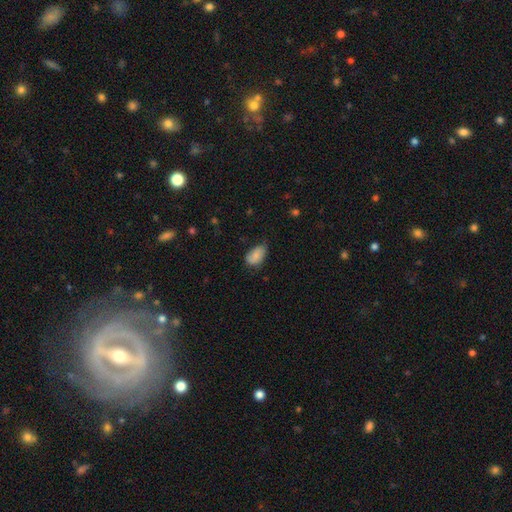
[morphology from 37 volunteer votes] smooth-or-featured: smooth: 84% | featured or disk: 16% | star or artifact: 0%
  how-rounded: in between: 84% | round: 16% | cigar-shaped: 0%
  merging: none: 62% | minor disturbance: 30% | major disturbance: 8% | merger: 0%